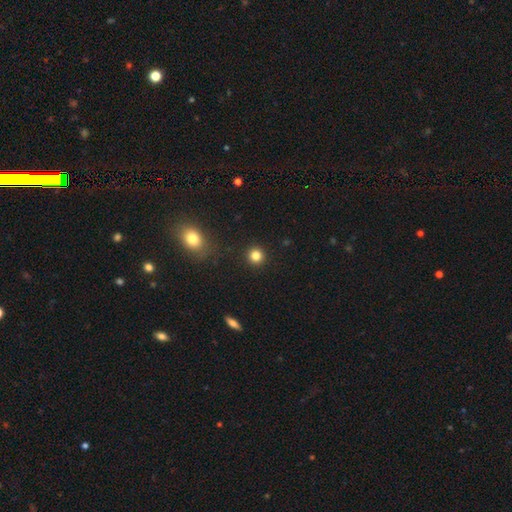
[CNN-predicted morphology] Smooth or featured?
  - smooth: 83% *
  - star or artifact: 13%
  - featured or disk: 5%
How rounded?
  - round: 94% *
  - in between: 5%
  - cigar-shaped: 1%
Merging?
  - none: 92% *
  - minor disturbance: 5%
  - major disturbance: 2%
  - merger: 1%